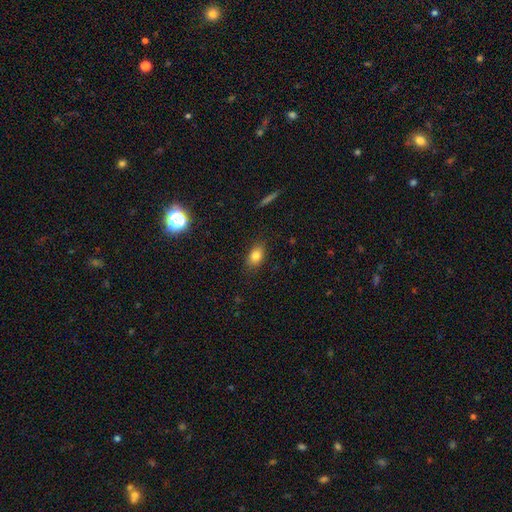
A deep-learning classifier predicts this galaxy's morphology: Smooth or featured?
  - smooth: 81% *
  - star or artifact: 10%
  - featured or disk: 9%
How rounded?
  - in between: 82% *
  - round: 15%
  - cigar-shaped: 3%
Merging?
  - none: 84% *
  - minor disturbance: 12%
  - major disturbance: 3%
  - merger: 1%